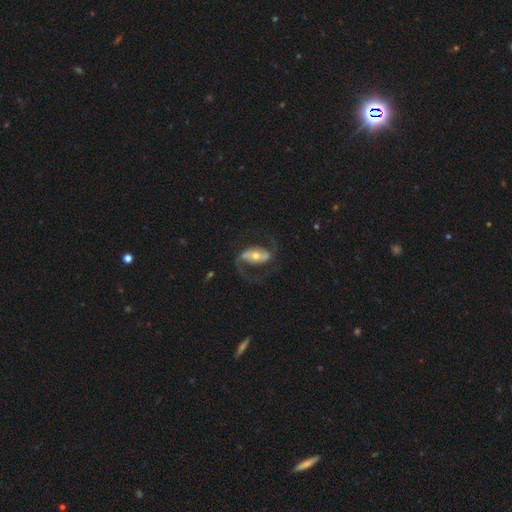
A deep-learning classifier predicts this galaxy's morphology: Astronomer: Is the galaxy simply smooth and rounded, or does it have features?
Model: featured or disk — 86%.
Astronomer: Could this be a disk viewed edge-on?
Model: no — 96%.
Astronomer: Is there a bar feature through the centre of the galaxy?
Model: strong — 42% (runner-up: weak, 34%).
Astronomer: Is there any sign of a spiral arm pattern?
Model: yes — 95%.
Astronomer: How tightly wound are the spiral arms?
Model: medium — 45% (runner-up: loose, 44%).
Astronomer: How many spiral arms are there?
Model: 2 — 90%.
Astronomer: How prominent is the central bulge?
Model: moderate — 59%.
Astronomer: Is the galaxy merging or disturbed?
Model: none — 70%.